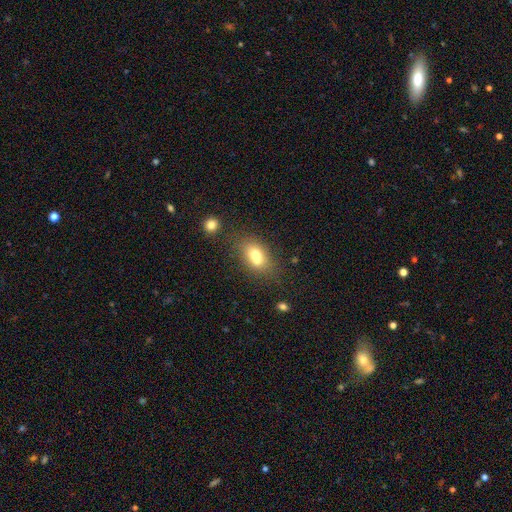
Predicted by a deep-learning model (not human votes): A smooth galaxy with no disk features (69%) that is in between round and cigar-shaped (77%). Merging: none (43%).